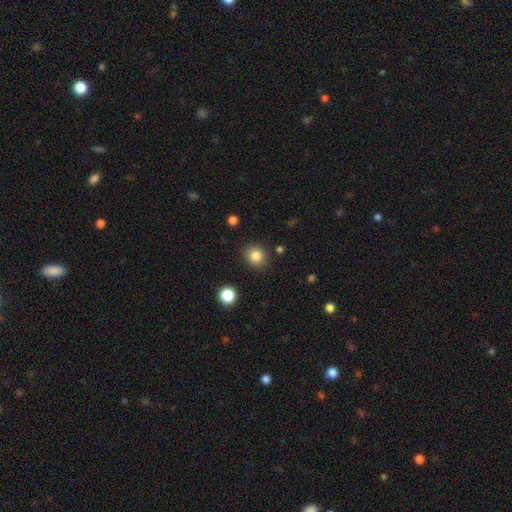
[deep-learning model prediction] smooth_or_featured: smooth (p=0.83) [alt: star or artifact p=0.11]
how_rounded: round (p=0.81) [alt: in between p=0.18]
merging: none (p=0.87) [alt: minor disturbance p=0.08]